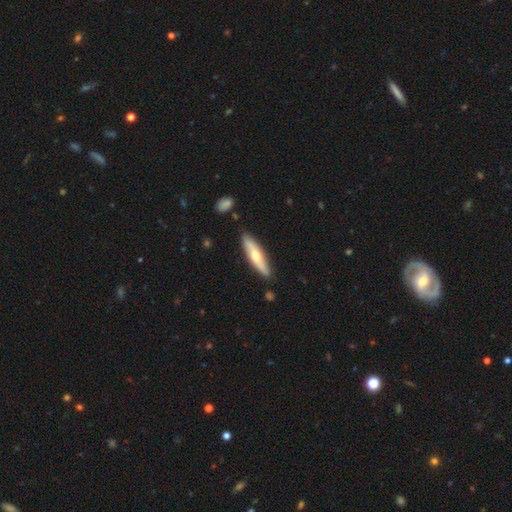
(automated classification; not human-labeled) featured or disk 51%, smooth 44%, star or artifact 5%. Down the decision tree: edge-on disk — yes (78%); merging — none (86%).